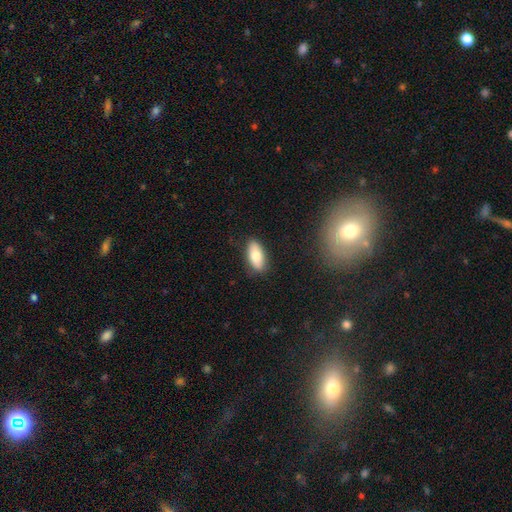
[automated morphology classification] smooth-or-featured: smooth: 76% | featured or disk: 17% | star or artifact: 7%
  how-rounded: in between: 88% | cigar-shaped: 9% | round: 3%
  merging: none: 85% | minor disturbance: 11% | major disturbance: 2% | merger: 1%